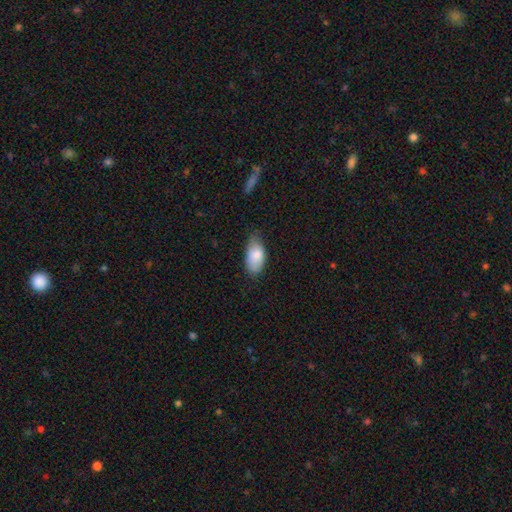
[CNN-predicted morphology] Smooth or featured? Predicted: smooth (p=0.84). How rounded? Predicted: in between (p=0.94). Merging? Predicted: none (p=0.60).